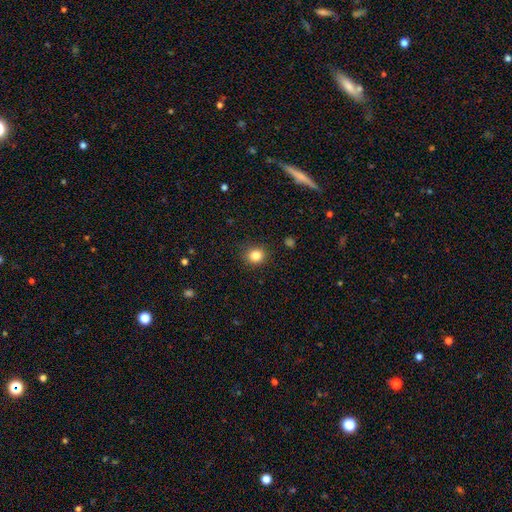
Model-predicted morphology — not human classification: This is clearly a smooth galaxy (84%). How rounded: clearly round (84%). Merging: clearly none (88%).